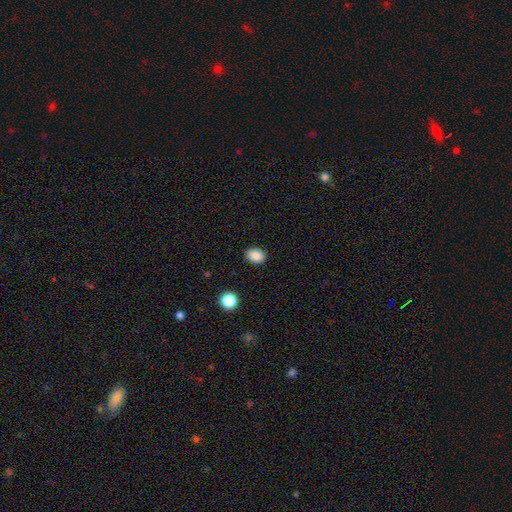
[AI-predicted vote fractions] This is clearly a smooth galaxy (86%). How rounded: possibly in between (56%). Merging: clearly none (89%).